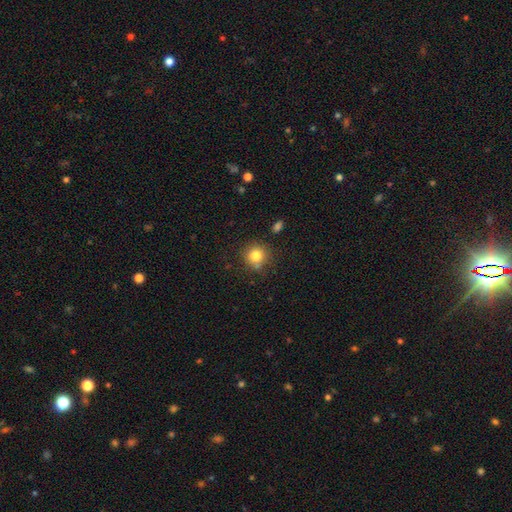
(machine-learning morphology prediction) Overall: smooth (80%). How rounded: round (91%). Merging: none (79%).